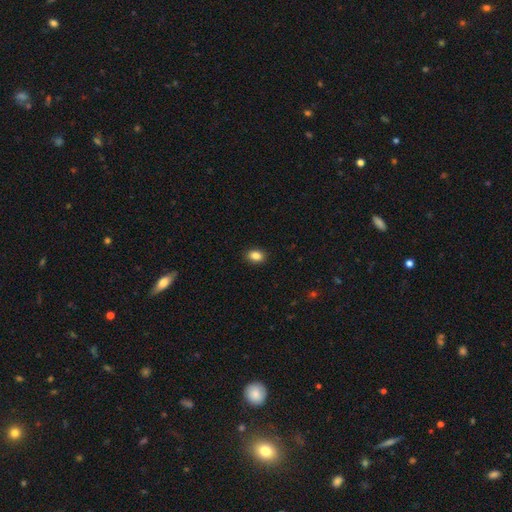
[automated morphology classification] The model was most divided on "how rounded": in between: 70%, round: 29%, cigar-shaped: 1%. More confident: merging — none (90%); smooth or featured — smooth (87%).